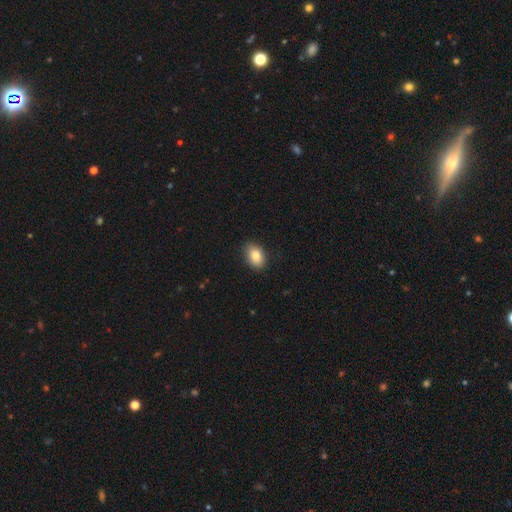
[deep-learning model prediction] Smooth or featured?
  - smooth: 83% *
  - featured or disk: 9%
  - star or artifact: 8%
How rounded?
  - in between: 83% *
  - round: 15%
  - cigar-shaped: 1%
Merging?
  - none: 87% *
  - minor disturbance: 10%
  - major disturbance: 2%
  - merger: 1%